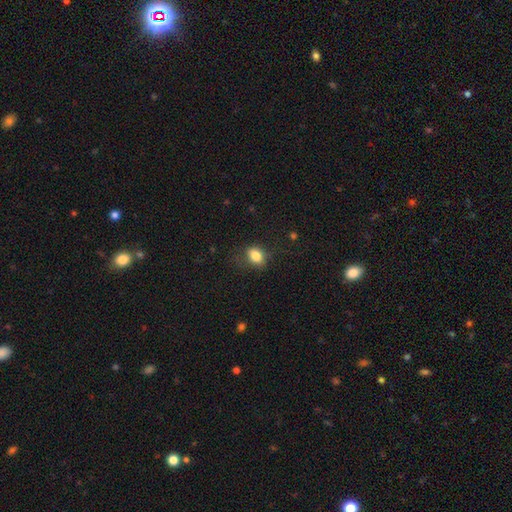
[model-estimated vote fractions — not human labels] Smooth or featured: smooth — 83% (star or artifact — 10%)
How rounded: in between — 71% (round — 27%)
Merging: none — 69% (minor disturbance — 22%)